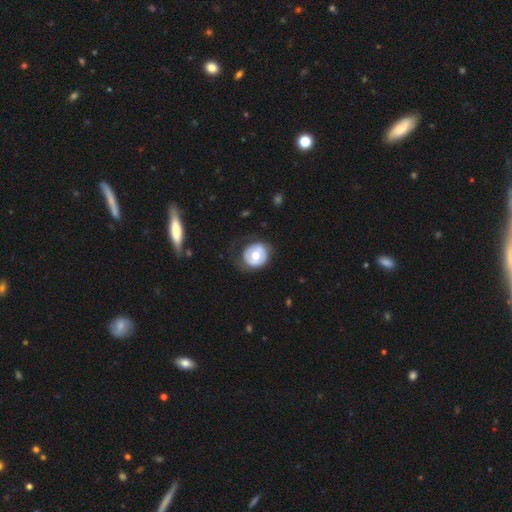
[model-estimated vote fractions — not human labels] The model was most divided on "smooth or featured": smooth: 48%, featured or disk: 46%, star or artifact: 7%. More confident: merging — none (68%).